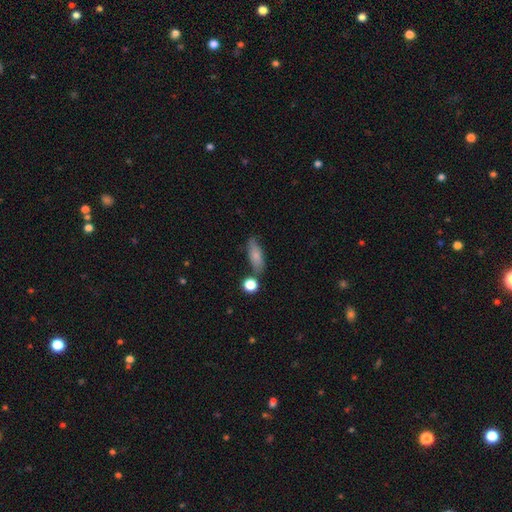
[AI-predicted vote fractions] The model was most divided on "how rounded": in between: 67%, cigar-shaped: 29%, round: 4%. More confident: smooth or featured — smooth (78%); merging — none (68%).